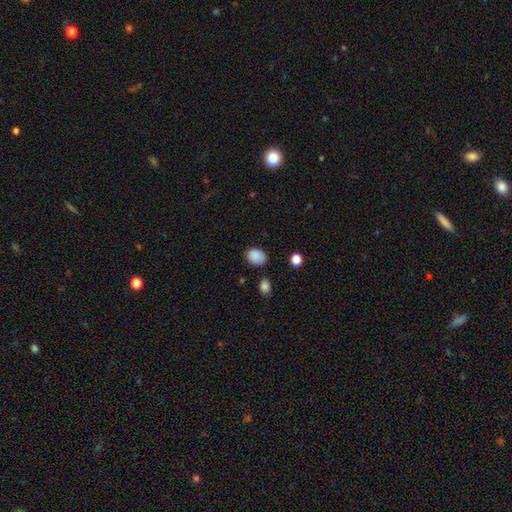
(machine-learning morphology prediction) smooth_or_featured: smooth (p=0.87) [alt: star or artifact p=0.09]
how_rounded: in between (p=0.65) [alt: round p=0.34]
merging: none (p=0.73) [alt: minor disturbance p=0.20]